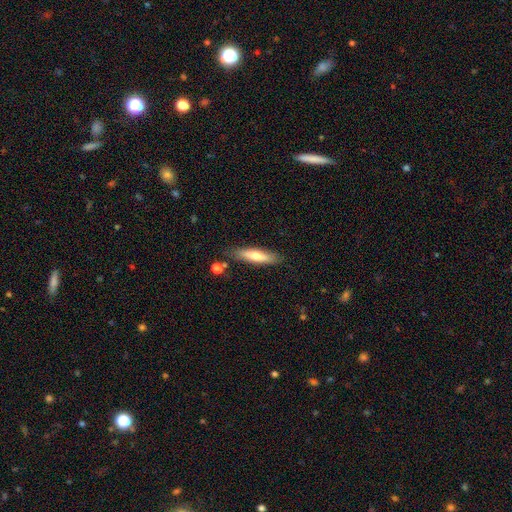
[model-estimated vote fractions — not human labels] Smooth or featured: smooth — 60% (featured or disk — 34%)
How rounded: cigar-shaped — 74% (in between — 24%)
Merging: none — 80% (minor disturbance — 13%)